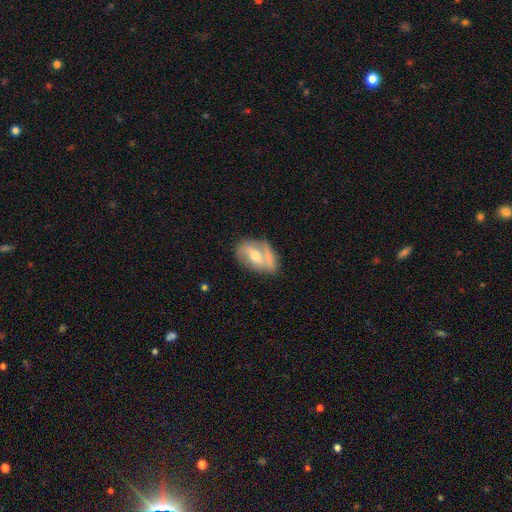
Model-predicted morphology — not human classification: Smooth or featured? featured or disk (57%)
Edge-on disk? no (88%)
Merging? none (52%)